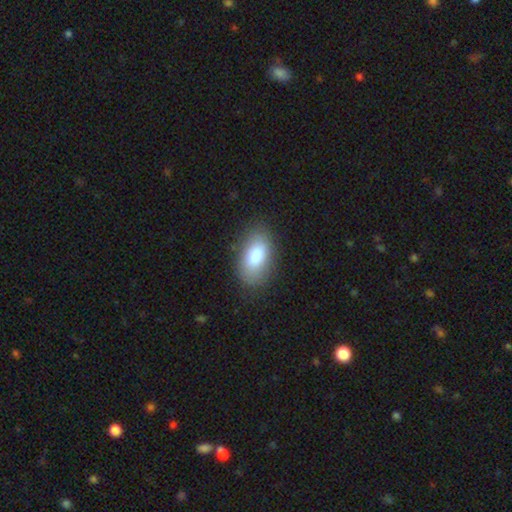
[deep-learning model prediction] smooth-or-featured: smooth: 82% | featured or disk: 11% | star or artifact: 7%
  how-rounded: in between: 93% | round: 5% | cigar-shaped: 3%
  merging: none: 82% | minor disturbance: 13% | major disturbance: 3% | merger: 1%